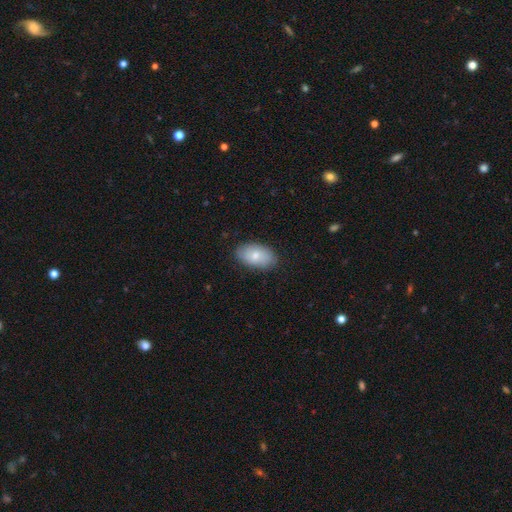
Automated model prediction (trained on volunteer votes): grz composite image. It shows a smooth galaxy with no disk features (74%) that is in between round and cigar-shaped (94%). Merging: none (83%).